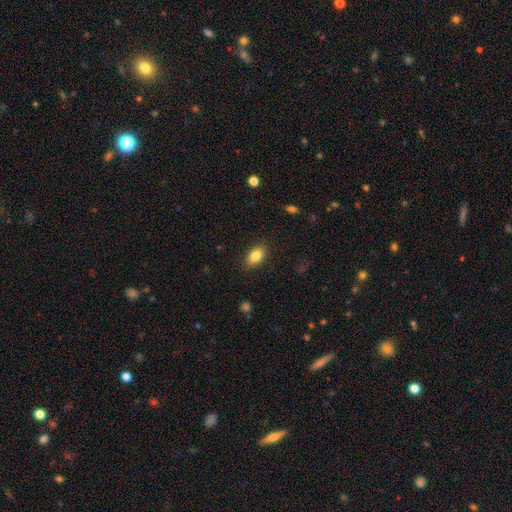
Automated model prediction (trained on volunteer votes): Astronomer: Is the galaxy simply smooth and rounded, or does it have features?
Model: smooth — 84%.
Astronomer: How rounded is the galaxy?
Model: in between — 89%.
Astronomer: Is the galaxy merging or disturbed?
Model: none — 87%.